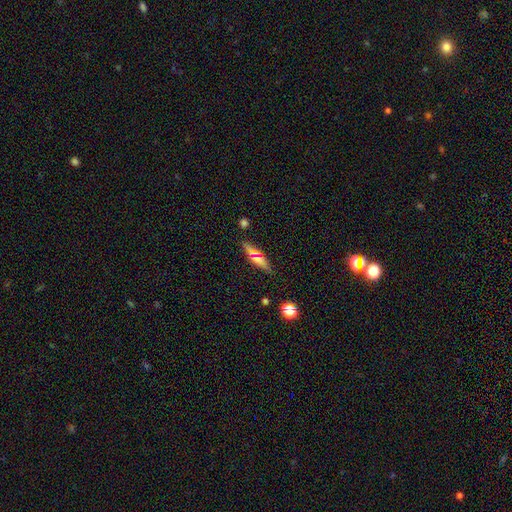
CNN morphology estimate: Smooth or featured? Predicted: smooth (p=0.56). How rounded? Predicted: cigar-shaped (p=0.57). Merging? Predicted: none (p=0.85).